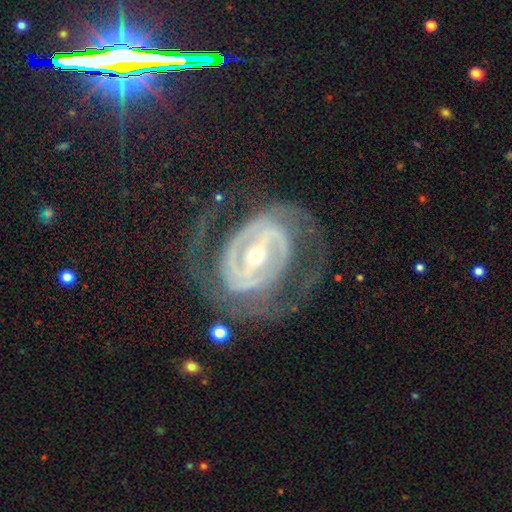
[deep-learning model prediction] This is clearly a featured or disk galaxy (89%). It is clearly not viewed edge-on (96%). Bar: likely strong (60%). Spiral arm pattern: clearly yes (91%). Spiral arm count: likely 2 (60%). Spiral winding: possibly tight (53%). Central bulge: likely small (65%). Merging: likely none (63%).